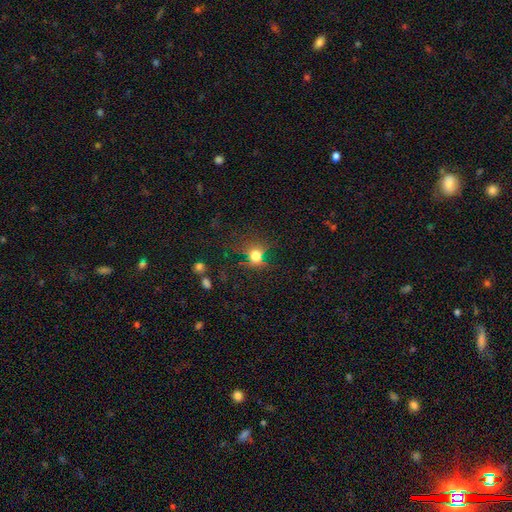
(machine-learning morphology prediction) A smooth galaxy with no disk features (65%) that is round (74%).

Vote fractions:
- Smooth or featured? smooth: 65% / star or artifact: 23% / featured or disk: 12%
- How rounded? round: 74% / in between: 24% / cigar-shaped: 2%
- Merging? none: 66% / minor disturbance: 17% / major disturbance: 12% / merger: 4%